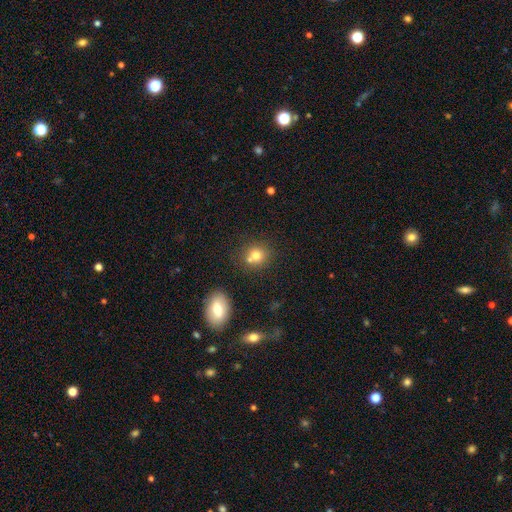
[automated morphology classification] smooth_or_featured: smooth (p=0.74) [alt: star or artifact p=0.14]
how_rounded: round (p=0.83) [alt: in between p=0.16]
merging: none (p=0.56) [alt: merger p=0.31]